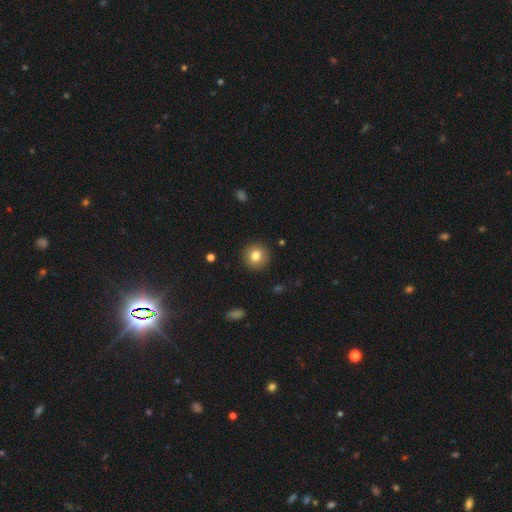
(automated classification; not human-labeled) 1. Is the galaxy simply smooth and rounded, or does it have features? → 80% smooth, 10% star or artifact, 10% featured or disk.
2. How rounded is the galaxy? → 94% round, 5% in between, 1% cigar-shaped.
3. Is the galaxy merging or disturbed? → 91% none, 6% minor disturbance, 2% major disturbance, 1% merger.